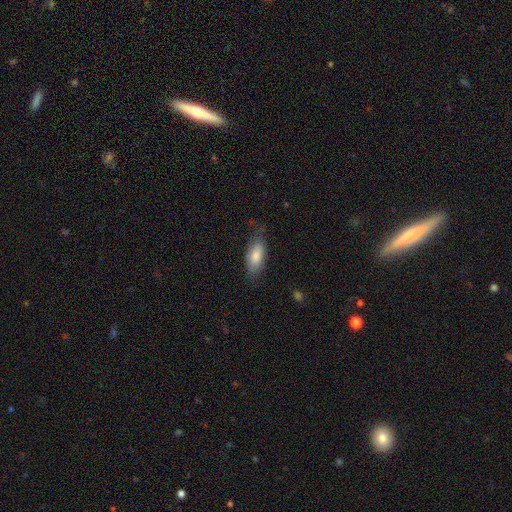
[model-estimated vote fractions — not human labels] smooth_or_featured: smooth (p=0.78) [alt: featured or disk p=0.15]
how_rounded: in between (p=0.83) [alt: cigar-shaped p=0.14]
merging: none (p=0.66) [alt: minor disturbance p=0.25]